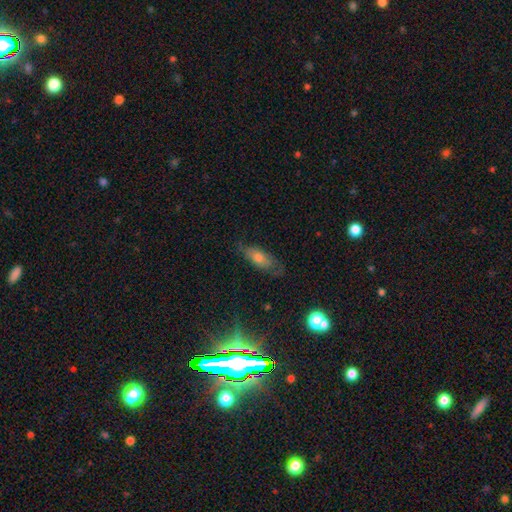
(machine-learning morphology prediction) Q: Smooth or featured?
A: featured or disk (36%); runner-up: smooth (35%)
Q: Merging?
A: none (75%); runner-up: minor disturbance (17%)